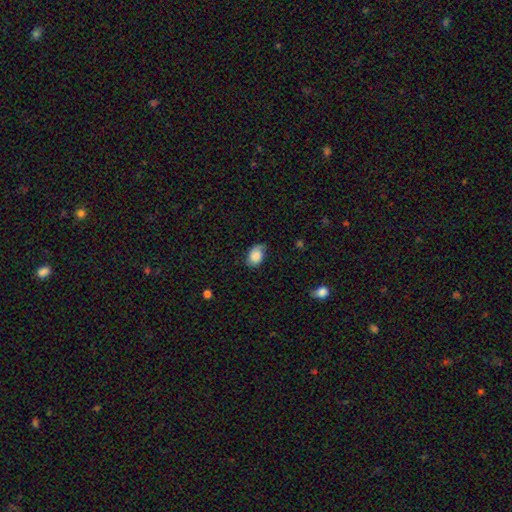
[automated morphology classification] A smooth galaxy with no disk features (82%) that is in between round and cigar-shaped (81%).

Vote fractions:
- Smooth or featured? smooth: 82% / featured or disk: 11% / star or artifact: 8%
- How rounded? in between: 81% / round: 18% / cigar-shaped: 1%
- Merging? none: 56% / minor disturbance: 34% / major disturbance: 9% / merger: 2%